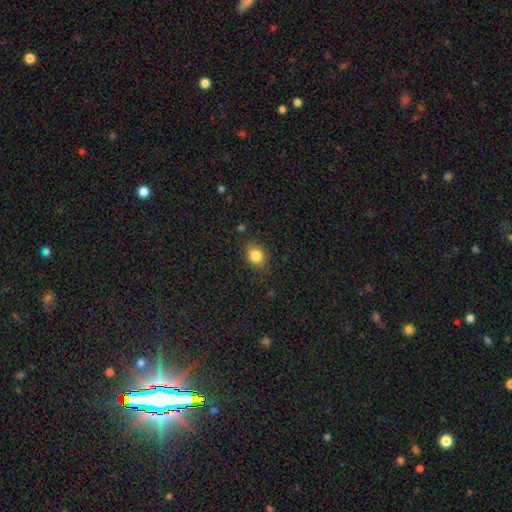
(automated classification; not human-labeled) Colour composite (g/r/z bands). It shows a smooth galaxy with no disk features (84%) that is round (51%). Merging: none (82%).